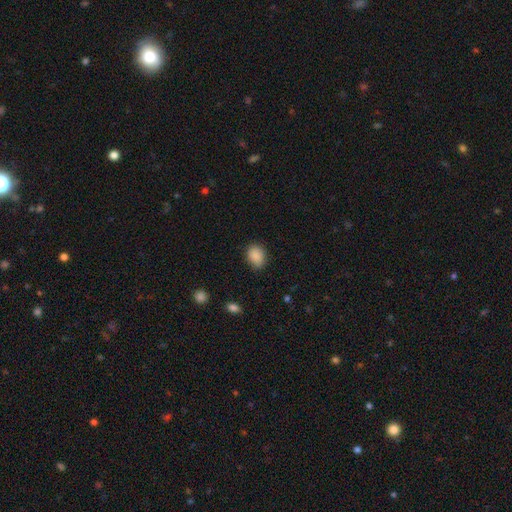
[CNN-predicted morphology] smooth 88%, star or artifact 8%, featured or disk 4%. Down the decision tree: how rounded — in between (58%); merging — none (80%).